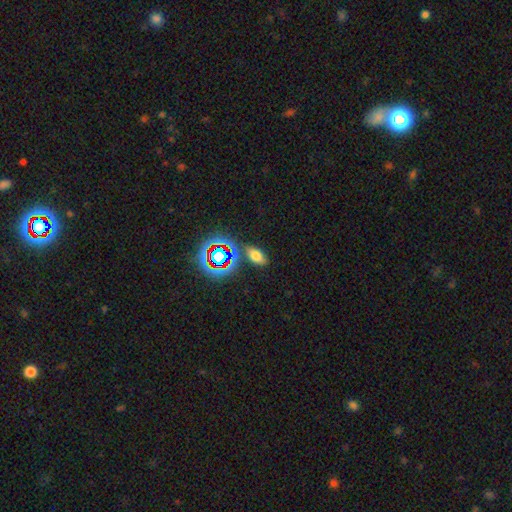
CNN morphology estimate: Q: Smooth or featured?
A: smooth (64%); runner-up: star or artifact (24%)
Q: How rounded?
A: in between (87%); runner-up: round (8%)
Q: Merging?
A: none (80%); runner-up: minor disturbance (11%)